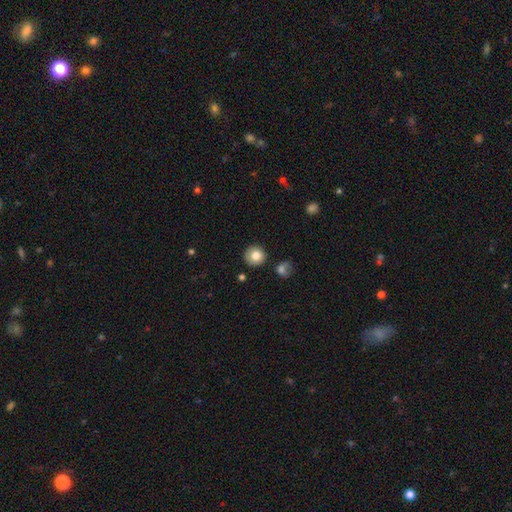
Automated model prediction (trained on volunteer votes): smooth_or_featured: smooth (p=0.82) [alt: star or artifact p=0.09]
how_rounded: round (p=0.91) [alt: in between p=0.08]
merging: none (p=0.87) [alt: minor disturbance p=0.08]